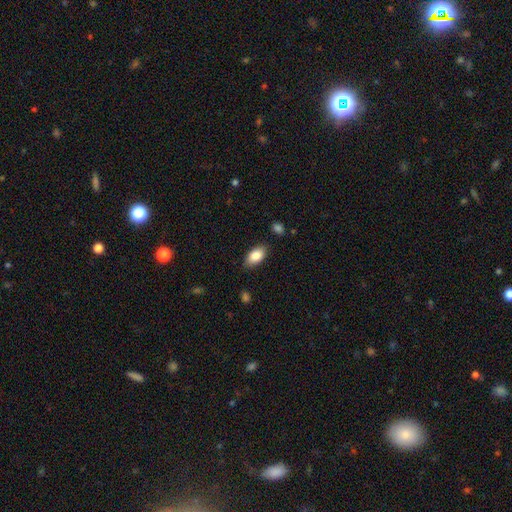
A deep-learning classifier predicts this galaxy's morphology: A smooth galaxy with no disk features (86%) that is in between round and cigar-shaped (92%).

Vote fractions:
- Smooth or featured? smooth: 86% / featured or disk: 7% / star or artifact: 7%
- How rounded? in between: 92% / round: 4% / cigar-shaped: 3%
- Merging? none: 84% / minor disturbance: 12% / major disturbance: 3% / merger: 1%